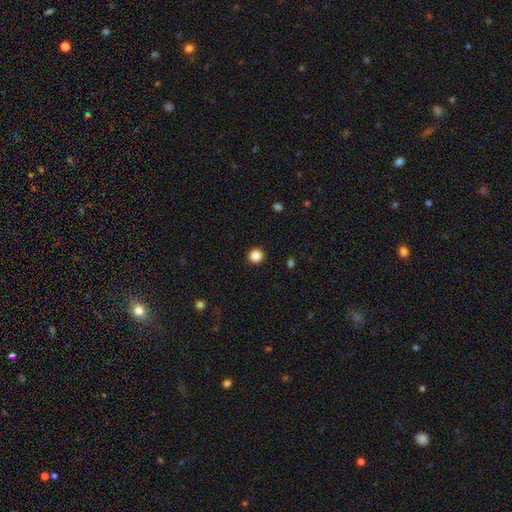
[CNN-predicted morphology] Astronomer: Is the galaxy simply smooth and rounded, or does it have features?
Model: smooth — 87%.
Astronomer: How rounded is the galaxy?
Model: round — 94%.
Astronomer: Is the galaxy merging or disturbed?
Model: none — 93%.